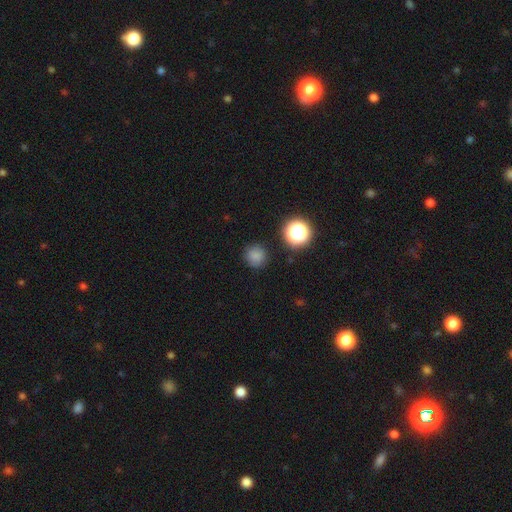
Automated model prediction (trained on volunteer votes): Smooth or featured?
  - smooth: 79% *
  - star or artifact: 16%
  - featured or disk: 5%
How rounded?
  - round: 93% *
  - in between: 6%
  - cigar-shaped: 1%
Merging?
  - none: 87% *
  - minor disturbance: 8%
  - major disturbance: 3%
  - merger: 2%